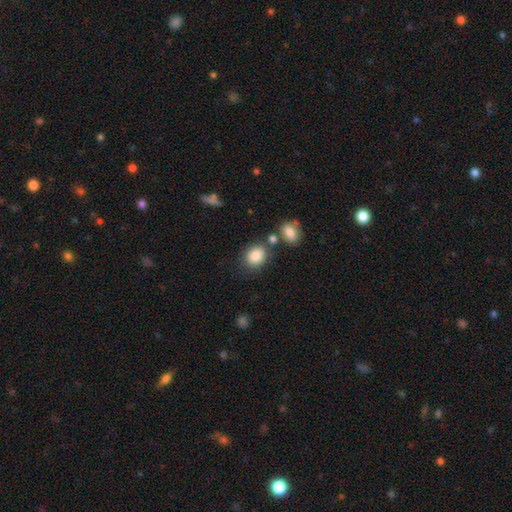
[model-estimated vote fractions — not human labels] A smooth galaxy with no disk features (84%) that is round (56%).

Vote fractions:
- Smooth or featured? smooth: 84% / star or artifact: 9% / featured or disk: 7%
- How rounded? round: 56% / in between: 43% / cigar-shaped: 1%
- Merging? none: 70% / merger: 13% / minor disturbance: 13% / major disturbance: 4%